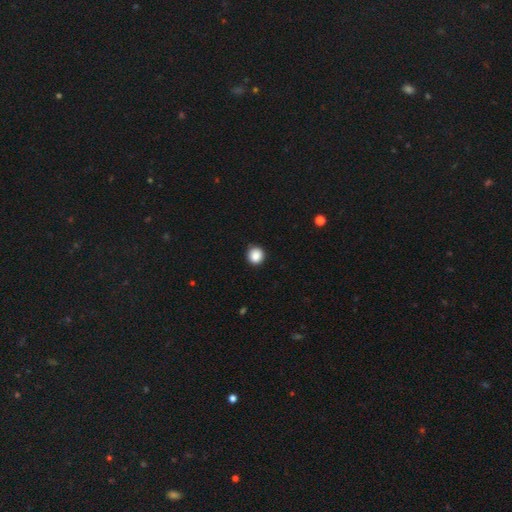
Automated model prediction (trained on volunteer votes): smooth 88%, star or artifact 9%, featured or disk 3%. Down the decision tree: how rounded — round (89%); merging — none (87%).